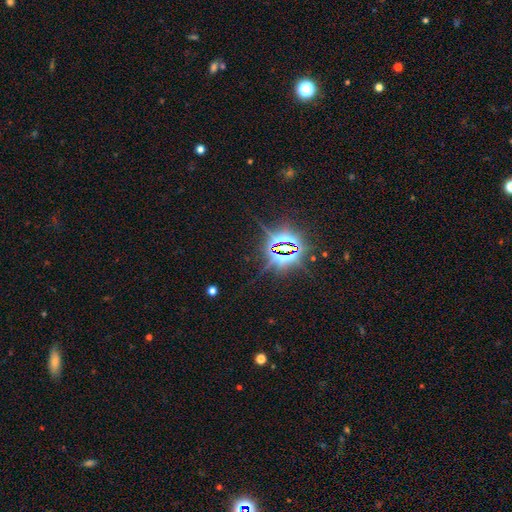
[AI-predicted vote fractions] The model was most divided on "smooth or featured": star or artifact: 85%, smooth: 8%, featured or disk: 7%.